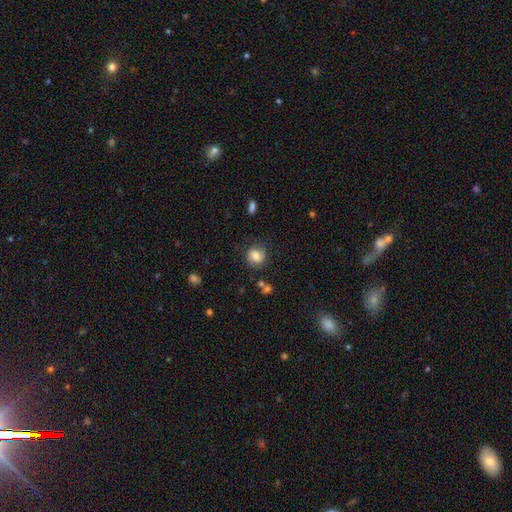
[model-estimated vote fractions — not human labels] A smooth galaxy with no disk features (70%) that is round (75%). Merging: none (73%).